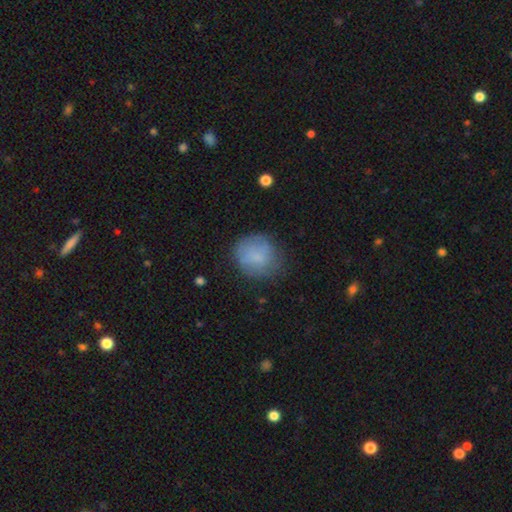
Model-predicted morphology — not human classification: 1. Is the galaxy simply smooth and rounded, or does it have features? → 75% smooth, 17% featured or disk, 9% star or artifact.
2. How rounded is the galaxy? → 79% round, 20% in between, 1% cigar-shaped.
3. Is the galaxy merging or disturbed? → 67% none, 23% minor disturbance, 9% major disturbance, 2% merger.